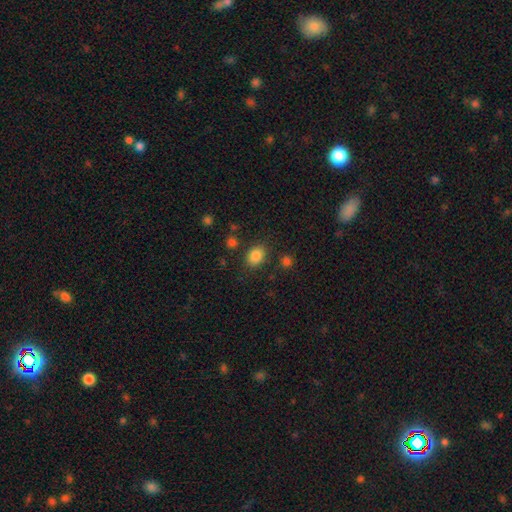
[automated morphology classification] A smooth galaxy with no disk features (85%) that is in between round and cigar-shaped (66%).

Vote fractions:
- Smooth or featured? smooth: 85% / star or artifact: 10% / featured or disk: 5%
- How rounded? in between: 66% / round: 33% / cigar-shaped: 1%
- Merging? none: 80% / minor disturbance: 12% / major disturbance: 4% / merger: 4%